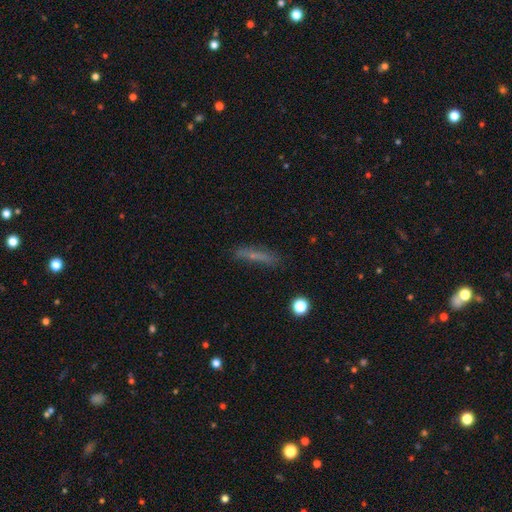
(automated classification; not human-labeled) Q: Smooth or featured?
A: smooth (56%); runner-up: featured or disk (31%)
Q: How rounded?
A: cigar-shaped (85%); runner-up: in between (12%)
Q: Merging?
A: none (78%); runner-up: minor disturbance (15%)